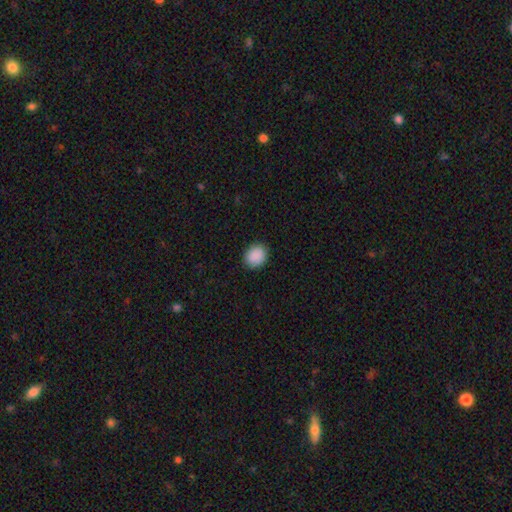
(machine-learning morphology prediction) smooth 90%, star or artifact 7%, featured or disk 2%. Down the decision tree: how rounded — round (63%); merging — none (89%).